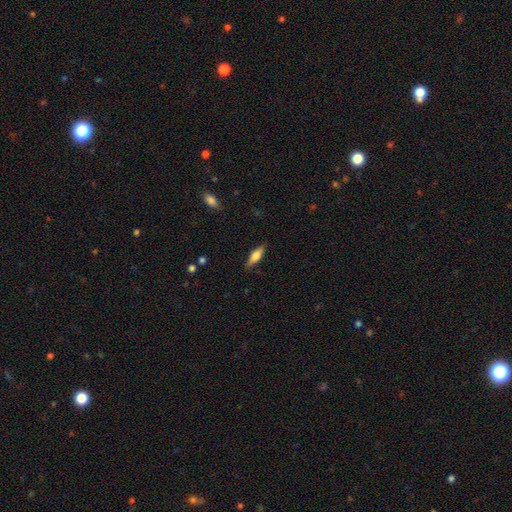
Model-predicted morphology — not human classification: Overall: smooth (63%; featured or disk 31%). How rounded: in between (51%; cigar-shaped 47%). Merging: none (86%).